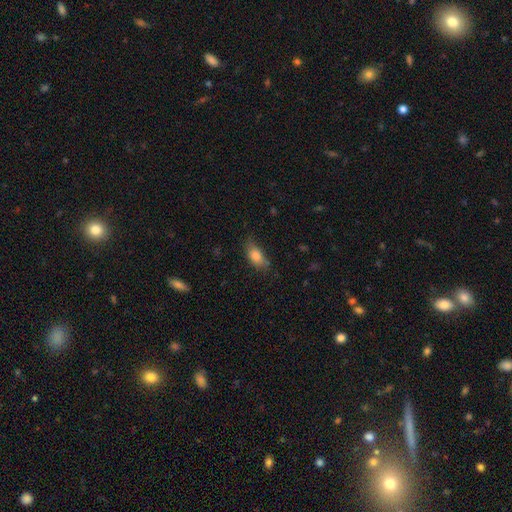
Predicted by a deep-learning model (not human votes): This appears to be a smooth galaxy with no disk features (82%) that is in between round and cigar-shaped (85%). Merging: none (64%).